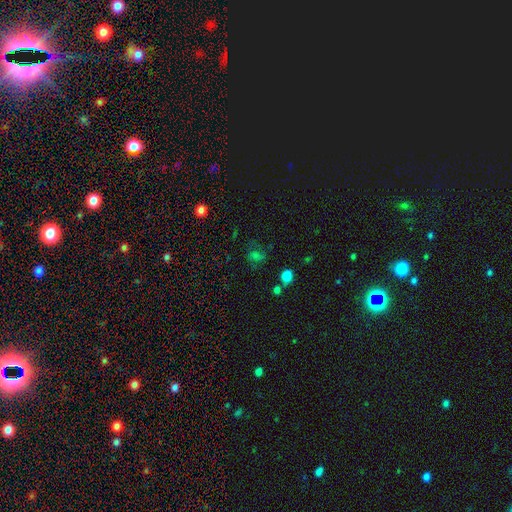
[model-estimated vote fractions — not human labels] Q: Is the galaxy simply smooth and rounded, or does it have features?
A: smooth — 44%.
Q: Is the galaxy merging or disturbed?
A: none — 60%.